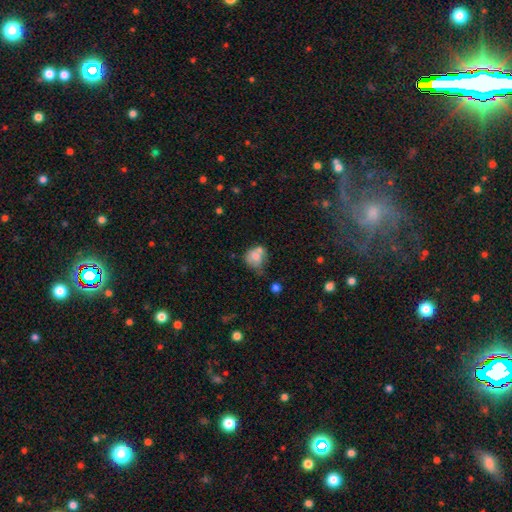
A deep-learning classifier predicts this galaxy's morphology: Smooth or featured?
  - smooth: 64% *
  - featured or disk: 26%
  - star or artifact: 9%
How rounded?
  - round: 66% *
  - in between: 33%
  - cigar-shaped: 1%
Merging?
  - merger: 36% *
  - none: 34%
  - minor disturbance: 21%
  - major disturbance: 9%